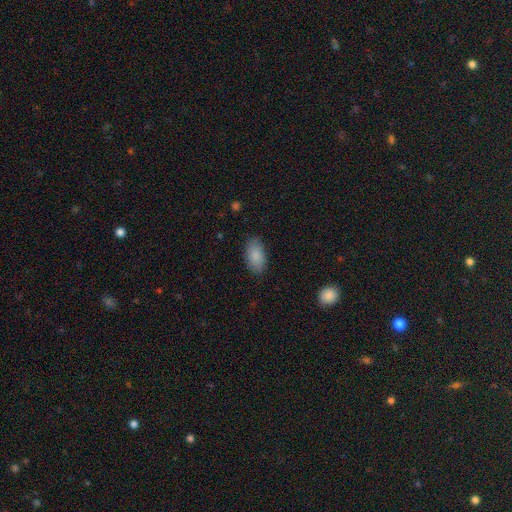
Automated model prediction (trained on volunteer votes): smooth_or_featured: smooth (p=0.87) [alt: star or artifact p=0.07]
how_rounded: in between (p=0.94) [alt: round p=0.04]
merging: none (p=0.86) [alt: minor disturbance p=0.11]